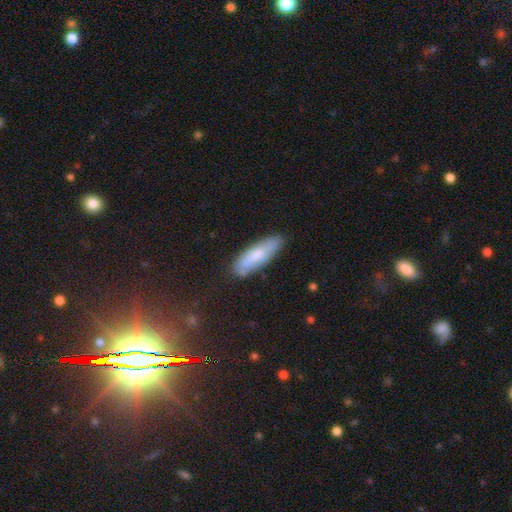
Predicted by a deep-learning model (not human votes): smooth-or-featured: smooth: 69% | featured or disk: 25% | star or artifact: 6%
  how-rounded: cigar-shaped: 55% | in between: 43% | round: 2%
  merging: none: 79% | minor disturbance: 16% | major disturbance: 3% | merger: 2%